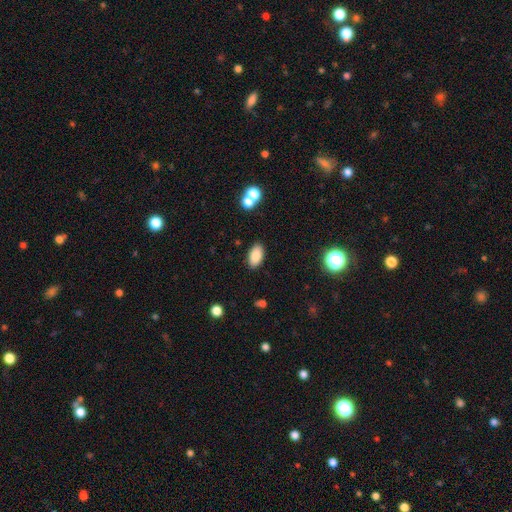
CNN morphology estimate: Q: Smooth or featured?
A: smooth (85%); runner-up: star or artifact (8%)
Q: How rounded?
A: in between (93%); runner-up: round (4%)
Q: Merging?
A: none (87%); runner-up: minor disturbance (8%)